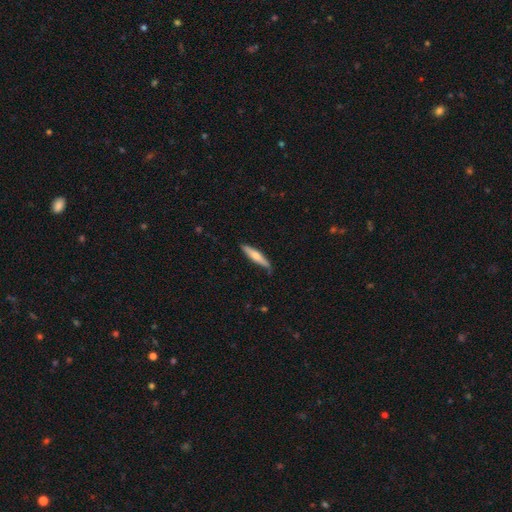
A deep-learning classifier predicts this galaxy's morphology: This appears to be a smooth galaxy with no disk features (56%) that is cigar-shaped (85%). Merging: none (79%).